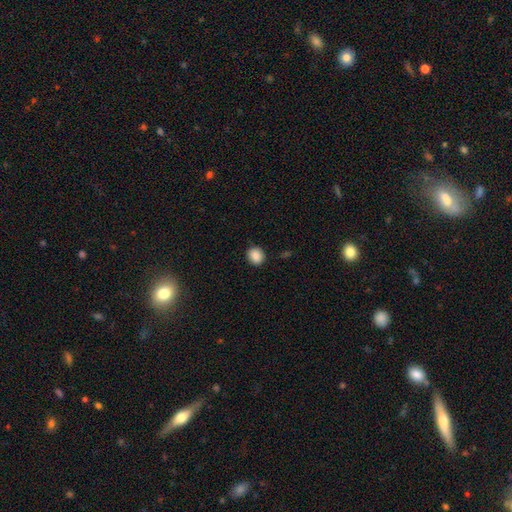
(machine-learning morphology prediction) smooth 88%, star or artifact 9%, featured or disk 3%. Down the decision tree: how rounded — round (75%); merging — none (88%).